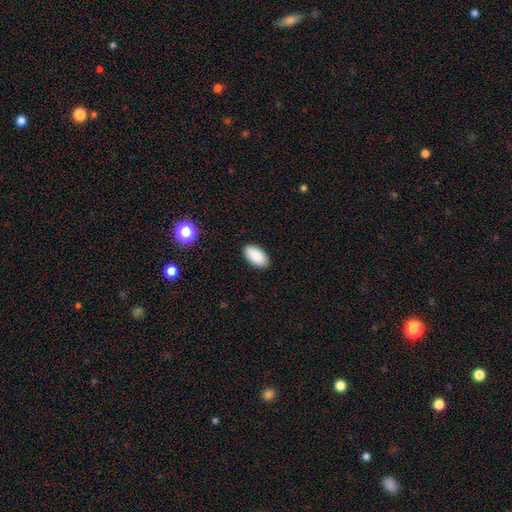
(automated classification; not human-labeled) Smooth or featured? Predicted: smooth (p=0.90). How rounded? Predicted: in between (p=0.95). Merging? Predicted: none (p=0.90).